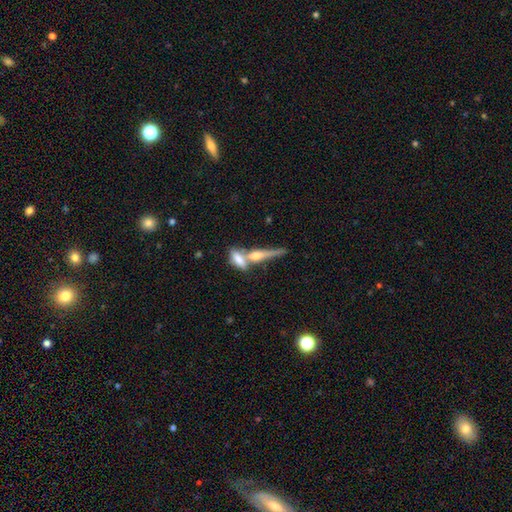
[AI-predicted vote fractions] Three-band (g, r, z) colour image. It shows a featured or disk galaxy (58%) viewed edge-on (86%). Merging: merger (46%).